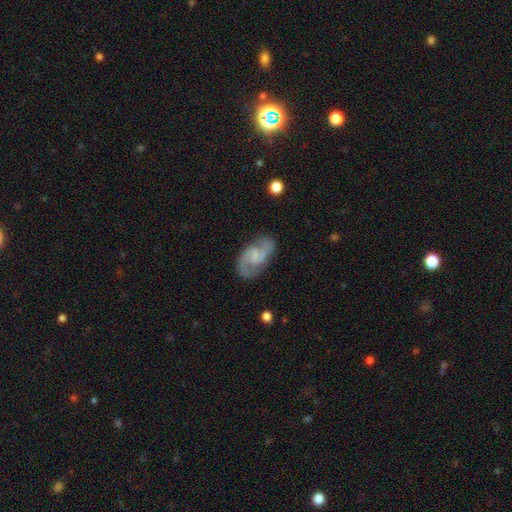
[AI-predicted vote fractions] This is clearly a featured or disk galaxy (85%). It is clearly not viewed edge-on (98%). Bar: possibly weak (51%). Spiral arm pattern: clearly yes (97%). Spiral arm count: clearly 2 (92%). Spiral winding: possibly medium (56%). Central bulge: possibly none (45%). Merging: likely none (79%).